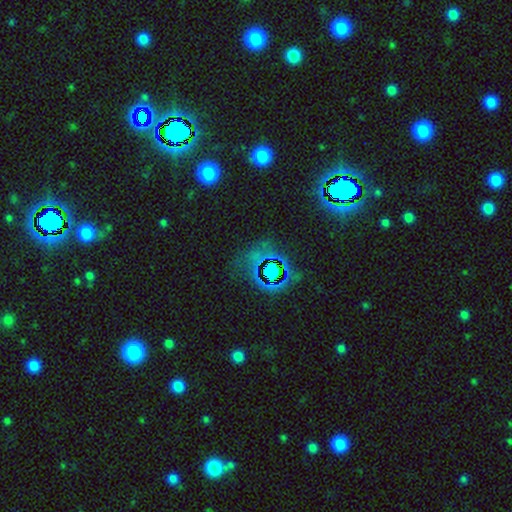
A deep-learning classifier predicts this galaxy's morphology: This appears to be a star or artifact, not a galaxy (71%).